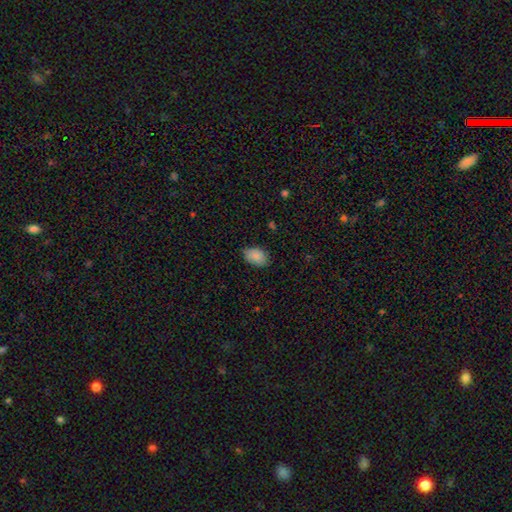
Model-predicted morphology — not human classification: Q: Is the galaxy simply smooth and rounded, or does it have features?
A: smooth — 88%.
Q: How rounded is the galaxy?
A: in between — 86%.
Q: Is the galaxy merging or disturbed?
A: none — 74%.